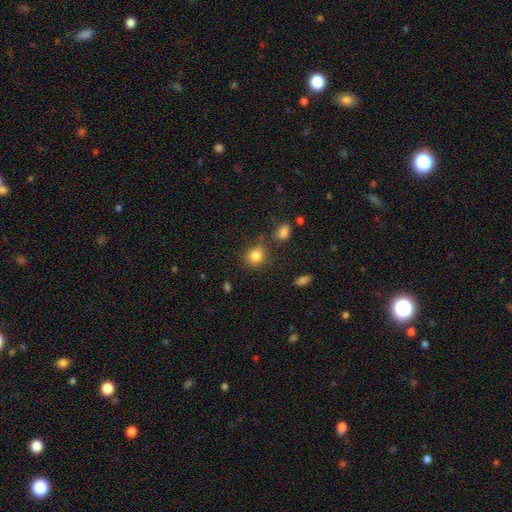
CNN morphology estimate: A smooth galaxy with no disk features (83%) that is round (79%).

Vote fractions:
- Smooth or featured? smooth: 83% / star or artifact: 11% / featured or disk: 6%
- How rounded? round: 79% / in between: 20% / cigar-shaped: 1%
- Merging? none: 70% / minor disturbance: 16% / merger: 9% / major disturbance: 6%